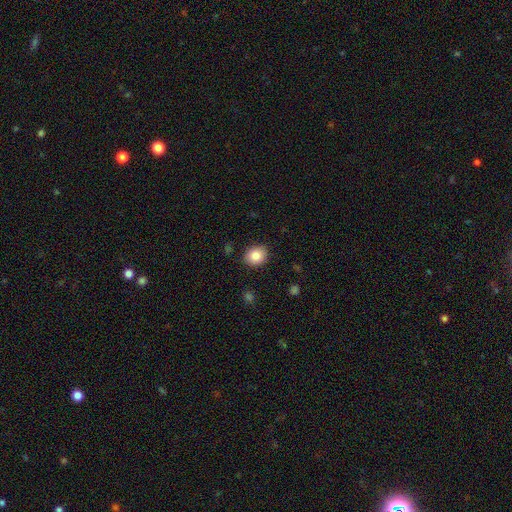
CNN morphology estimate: A smooth galaxy with no disk features (86%) that is round (68%).

Vote fractions:
- Smooth or featured? smooth: 86% / star or artifact: 9% / featured or disk: 5%
- How rounded? round: 68% / in between: 32% / cigar-shaped: 1%
- Merging? none: 86% / minor disturbance: 10% / major disturbance: 3% / merger: 1%